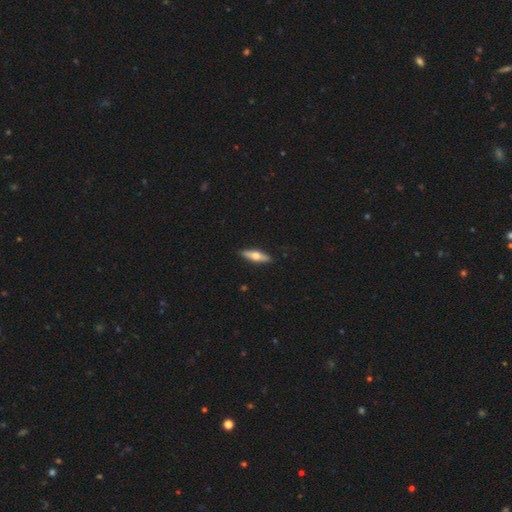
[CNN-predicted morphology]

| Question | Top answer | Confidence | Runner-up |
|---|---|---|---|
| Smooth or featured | smooth | 48% | featured or disk (47%) |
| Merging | none | 90% | minor disturbance (7%) |